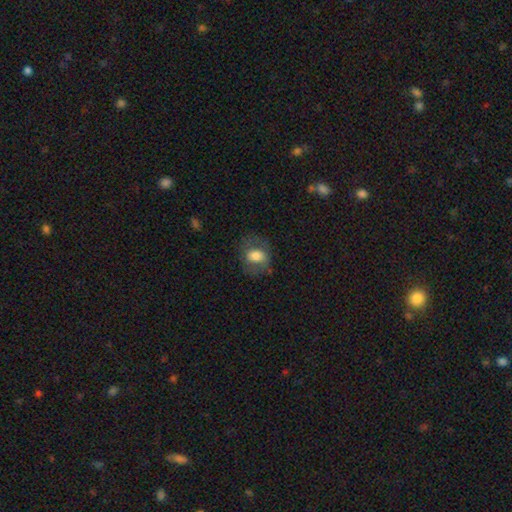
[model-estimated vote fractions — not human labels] A smooth galaxy with no disk features (67%) that is in between round and cigar-shaped (61%).

Vote fractions:
- Smooth or featured? smooth: 67% / featured or disk: 24% / star or artifact: 8%
- How rounded? in between: 61% / round: 38% / cigar-shaped: 1%
- Merging? none: 65% / minor disturbance: 20% / major disturbance: 14% / merger: 2%